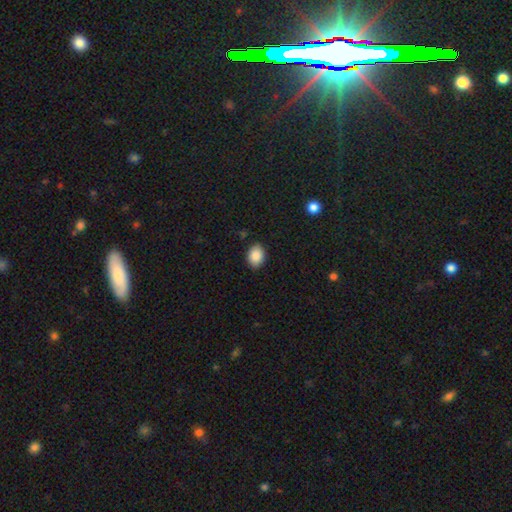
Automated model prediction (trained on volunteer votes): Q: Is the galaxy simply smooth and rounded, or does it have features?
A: smooth — 88%.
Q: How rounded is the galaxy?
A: in between — 74%.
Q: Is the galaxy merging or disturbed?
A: none — 88%.